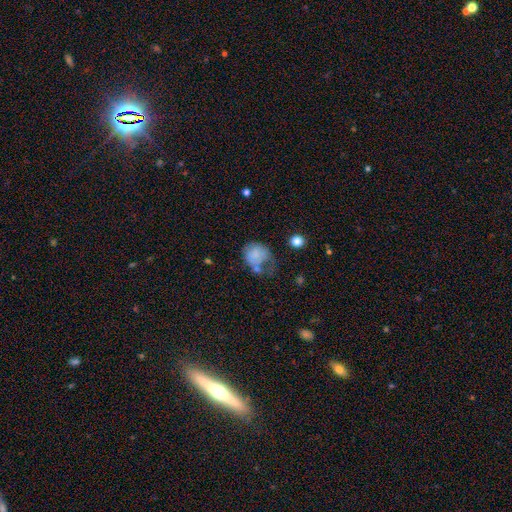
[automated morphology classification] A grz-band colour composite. It shows a smooth galaxy with no disk features (65%) that is round (56%). Merging: major disturbance (39%).